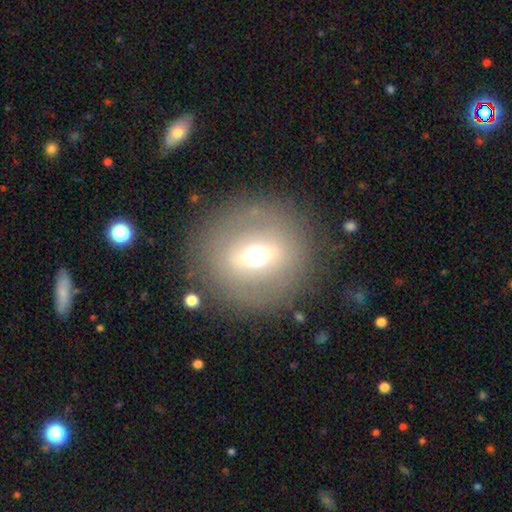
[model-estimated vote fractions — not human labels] Overall: featured or disk (48%; smooth 40%). Merging: none (83%).